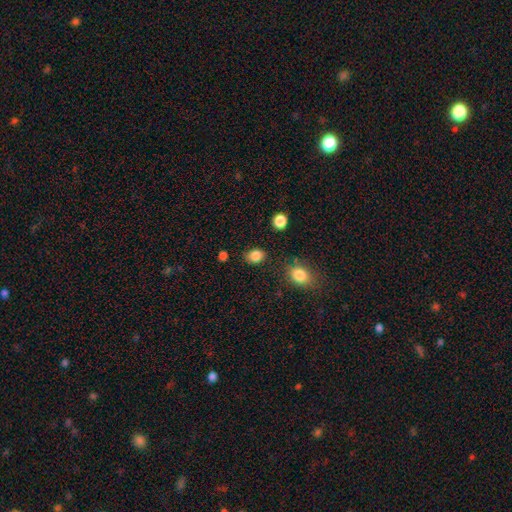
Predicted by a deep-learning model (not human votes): smooth-or-featured: smooth: 86% | star or artifact: 10% | featured or disk: 4%
  how-rounded: in between: 51% | round: 48% | cigar-shaped: 1%
  merging: none: 78% | minor disturbance: 14% | major disturbance: 4% | merger: 3%